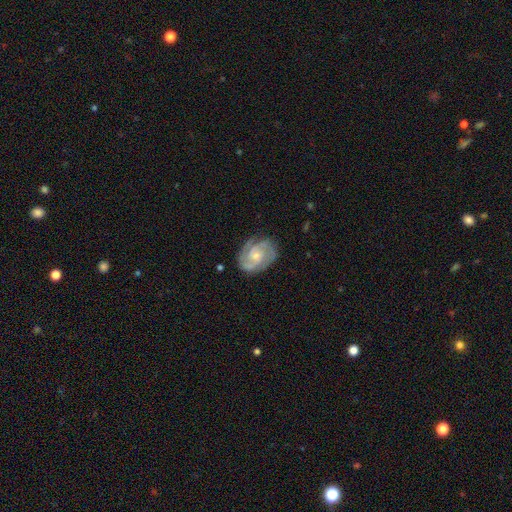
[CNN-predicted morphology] This appears to be a featured or disk galaxy (86%) with no bar (66%), 2 (52%) tight (54%) spiral arms (96%) and a small central bulge (64%). Merging: none (77%).